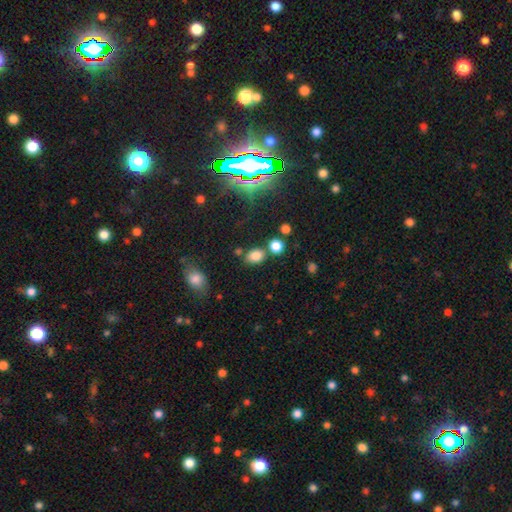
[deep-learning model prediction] Smooth or featured: smooth — 80% (star or artifact — 14%)
How rounded: in between — 71% (round — 27%)
Merging: none — 70% (merger — 14%)